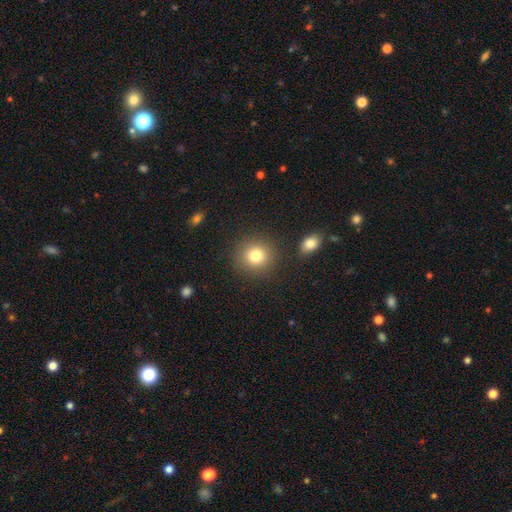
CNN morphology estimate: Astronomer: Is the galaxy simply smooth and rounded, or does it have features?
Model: smooth — 80%.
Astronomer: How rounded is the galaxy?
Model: round — 89%.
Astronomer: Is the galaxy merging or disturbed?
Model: none — 87%.